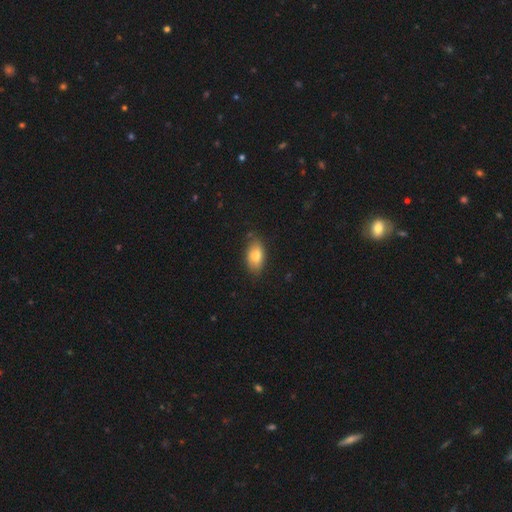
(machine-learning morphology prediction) type=smooth (79%); roundness=in between (90%); merging=none (79%).